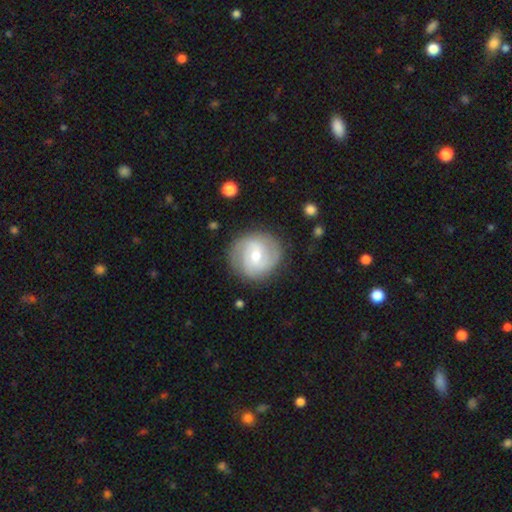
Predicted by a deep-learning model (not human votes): This is likely a featured or disk galaxy (73%). It is clearly not viewed edge-on (98%). Bar: possibly weak (48%). Spiral arm pattern: clearly yes (92%). Spiral arm count: possibly 2 (51%). Spiral winding: marginally tight (44%). Central bulge: possibly moderate (56%). Merging: clearly none (83%).